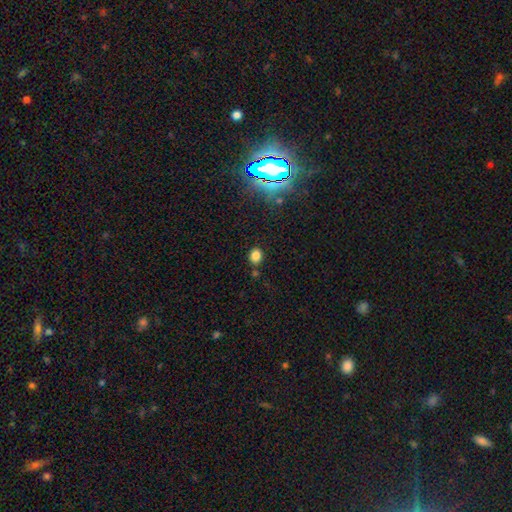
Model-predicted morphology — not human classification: Overall: smooth (80%). How rounded: round (60%; in between 39%). Merging: none (79%).